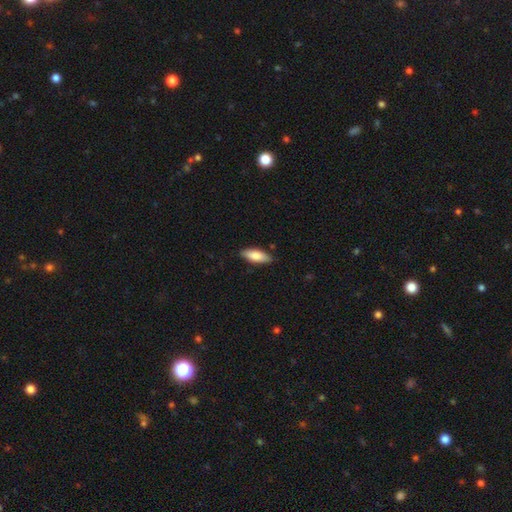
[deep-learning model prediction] smooth-or-featured: smooth: 80% | featured or disk: 14% | star or artifact: 6%
  how-rounded: in between: 69% | cigar-shaped: 29% | round: 2%
  merging: none: 85% | minor disturbance: 12% | major disturbance: 2% | merger: 1%